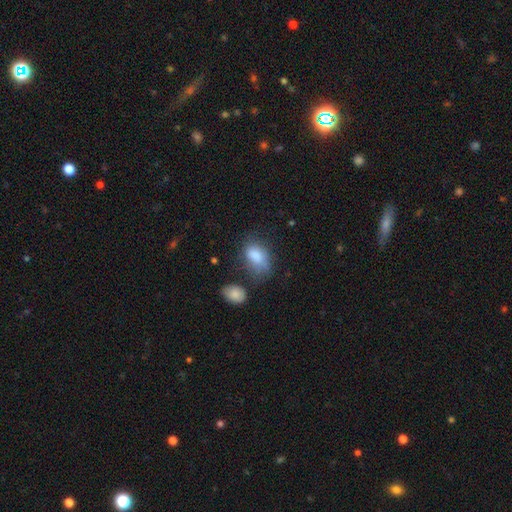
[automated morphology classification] Smooth or featured?
  - smooth: 78% *
  - featured or disk: 13%
  - star or artifact: 9%
How rounded?
  - in between: 88% *
  - round: 10%
  - cigar-shaped: 2%
Merging?
  - none: 43% *
  - minor disturbance: 30%
  - major disturbance: 18%
  - merger: 9%